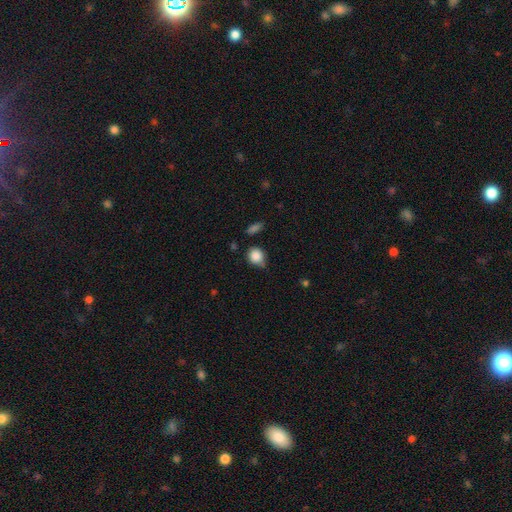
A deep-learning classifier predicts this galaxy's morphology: This is clearly a smooth galaxy (85%). How rounded: likely round (77%). Merging: possibly none (59%).